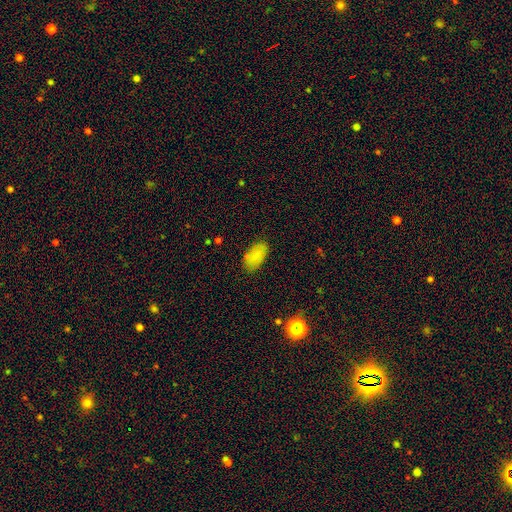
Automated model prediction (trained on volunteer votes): Morphology: type=smooth (79%); roundness=in between (94%); merging=none (80%).